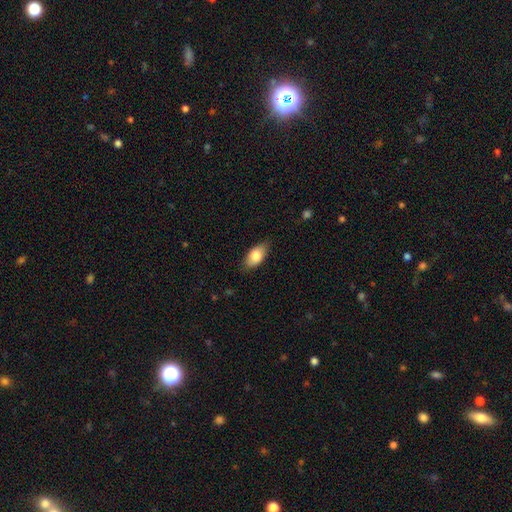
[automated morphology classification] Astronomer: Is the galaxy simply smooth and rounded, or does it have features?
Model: smooth — 81%.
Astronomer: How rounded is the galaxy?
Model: in between — 91%.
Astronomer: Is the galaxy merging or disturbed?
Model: none — 82%.